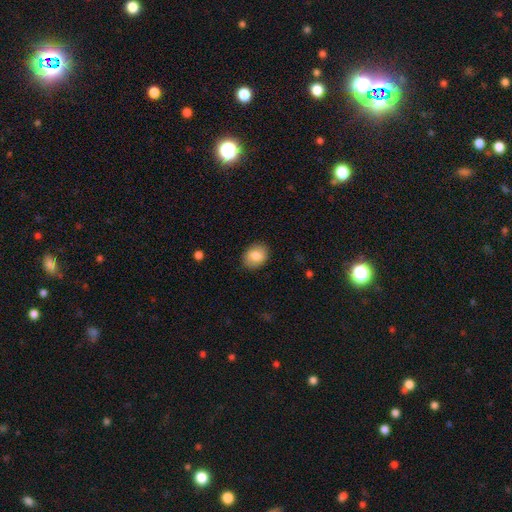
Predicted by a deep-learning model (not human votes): Overall: smooth (83%). How rounded: in between (56%; round 43%). Merging: none (86%).